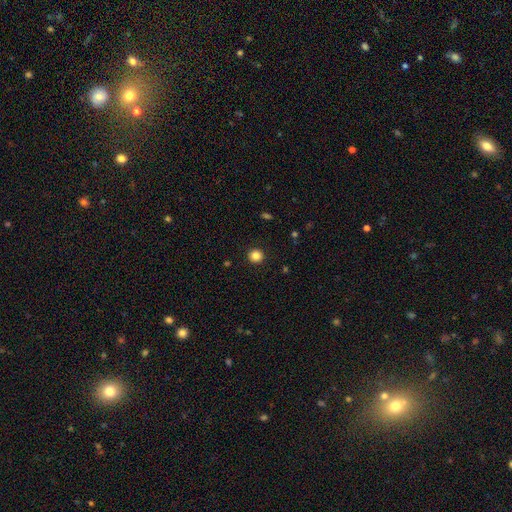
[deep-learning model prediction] smooth_or_featured: smooth (p=0.84) [alt: star or artifact p=0.12]
how_rounded: round (p=0.94) [alt: in between p=0.05]
merging: none (p=0.93) [alt: minor disturbance p=0.05]